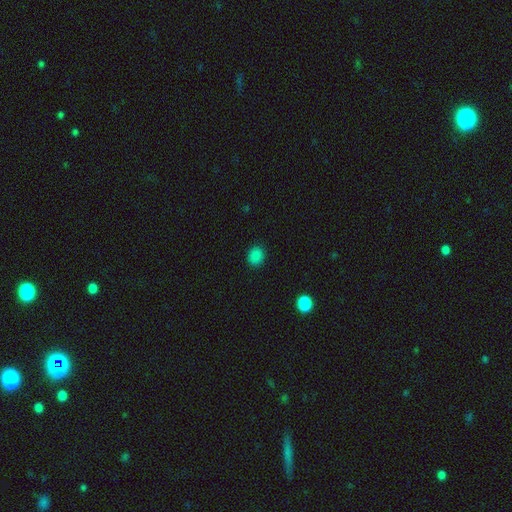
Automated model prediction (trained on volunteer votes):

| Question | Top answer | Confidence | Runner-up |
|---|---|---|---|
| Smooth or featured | smooth | 85% | star or artifact (12%) |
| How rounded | round | 75% | in between (24%) |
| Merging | none | 90% | minor disturbance (7%) |